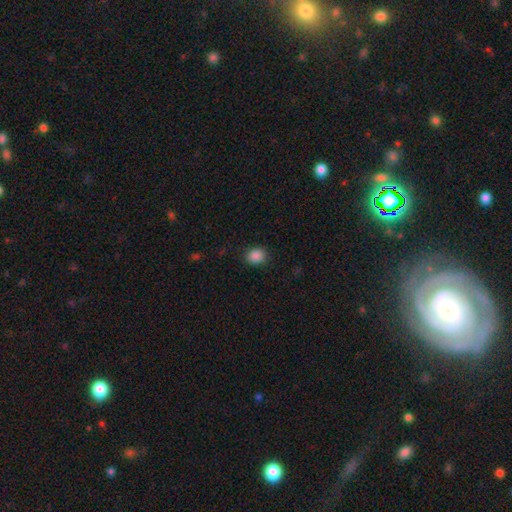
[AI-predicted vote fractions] A smooth galaxy with no disk features (87%) that is round (66%). Merging: none (88%).